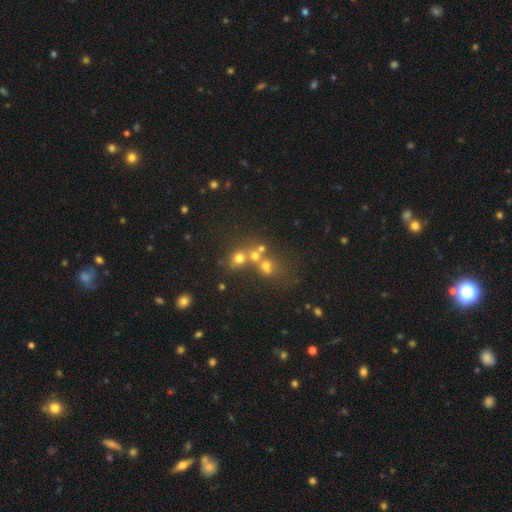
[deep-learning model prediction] A smooth galaxy with no disk features (58%) that is round (77%). Merging: merger (47%).